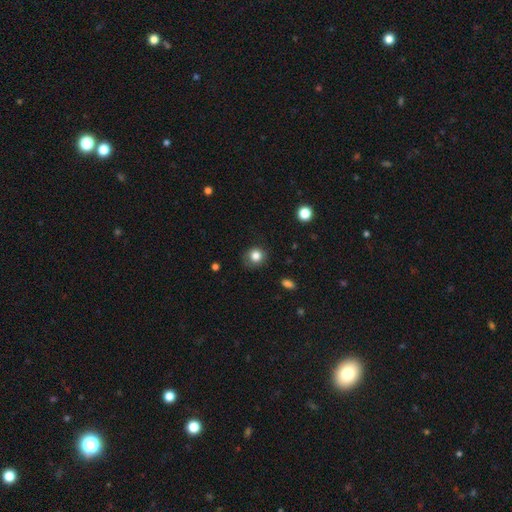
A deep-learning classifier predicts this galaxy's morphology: smooth_or_featured: smooth (p=0.82) [alt: star or artifact p=0.11]
how_rounded: round (p=0.83) [alt: in between p=0.16]
merging: none (p=0.77) [alt: minor disturbance p=0.17]